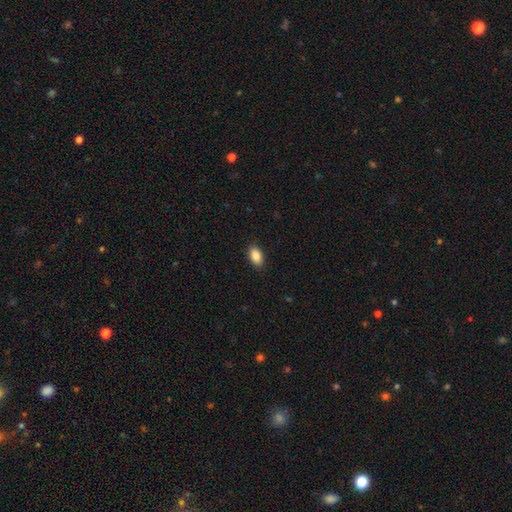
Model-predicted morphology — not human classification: The model was most divided on "merging": none: 88%, minor disturbance: 9%, major disturbance: 2%, merger: 1%. More confident: how rounded — in between (92%); smooth or featured — smooth (88%).